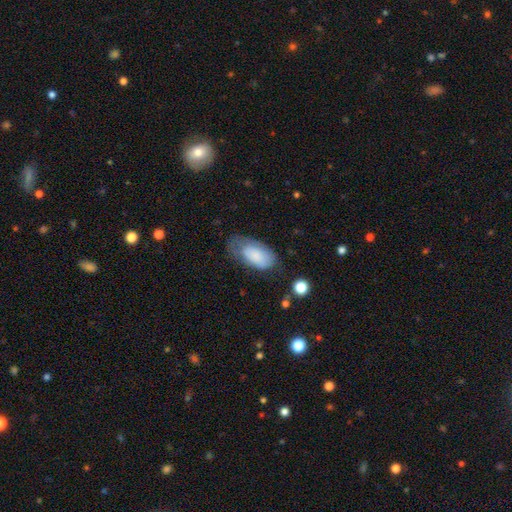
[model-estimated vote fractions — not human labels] A smooth galaxy with no disk features (76%) that is in between round and cigar-shaped (94%). Merging: none (40%).